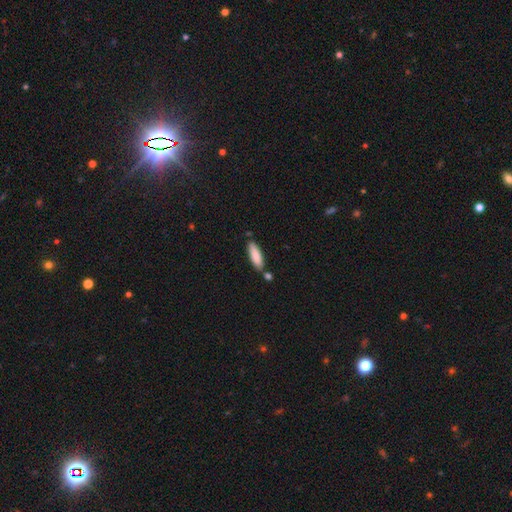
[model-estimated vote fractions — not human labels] Q: Smooth or featured?
A: smooth (86%); runner-up: featured or disk (8%)
Q: How rounded?
A: cigar-shaped (53%); runner-up: in between (46%)
Q: Merging?
A: none (75%); runner-up: minor disturbance (14%)